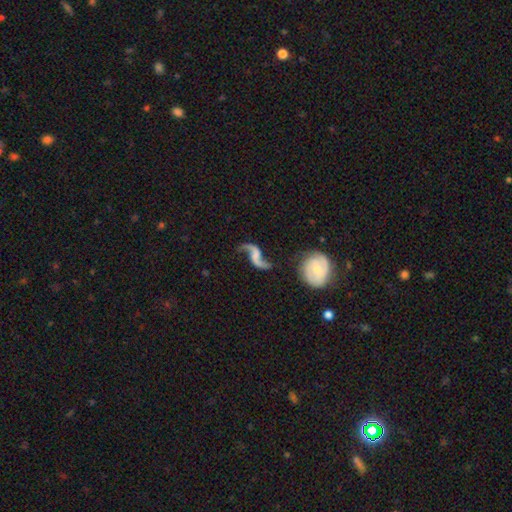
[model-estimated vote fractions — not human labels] A featured or disk galaxy (88%) with no bar (43%), 2 (93%) loose (90%) spiral arms (96%) and no central bulge (52%). Merging: none (64%).